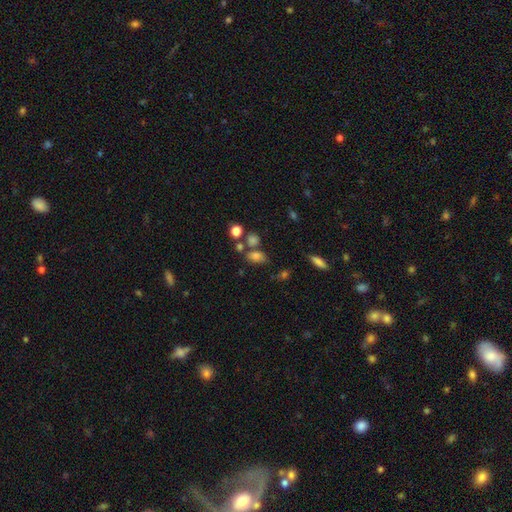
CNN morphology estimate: The model was most divided on "merging": none: 55%, merger: 22%, minor disturbance: 16%, major disturbance: 7%. More confident: how rounded — in between (78%); smooth or featured — smooth (76%).